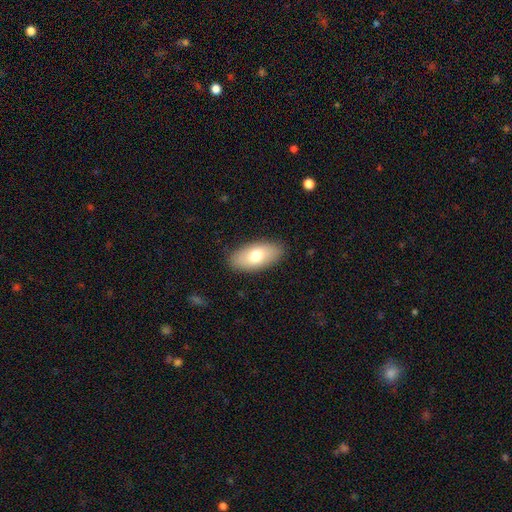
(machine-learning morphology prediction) Smooth or featured? smooth (73%)
How rounded? in between (92%)
Merging? none (87%)